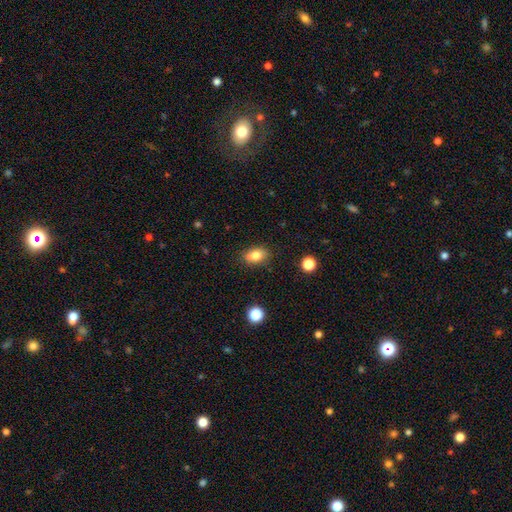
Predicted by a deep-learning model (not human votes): Q: Smooth or featured?
A: smooth (79%); runner-up: featured or disk (11%)
Q: How rounded?
A: in between (78%); runner-up: round (19%)
Q: Merging?
A: none (78%); runner-up: minor disturbance (15%)